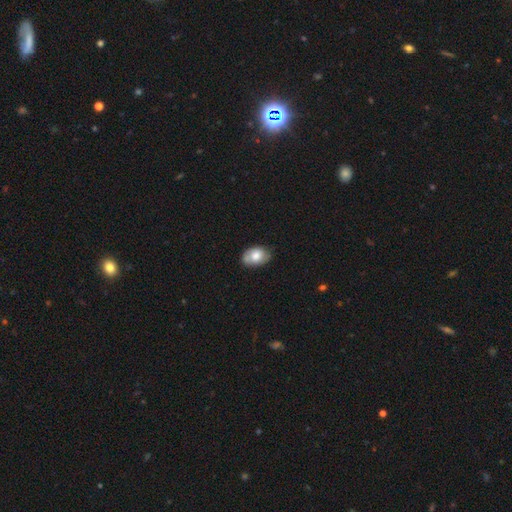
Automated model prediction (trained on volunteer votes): This appears to be a smooth galaxy with no disk features (72%) that is in between round and cigar-shaped (83%). Merging: none (64%).